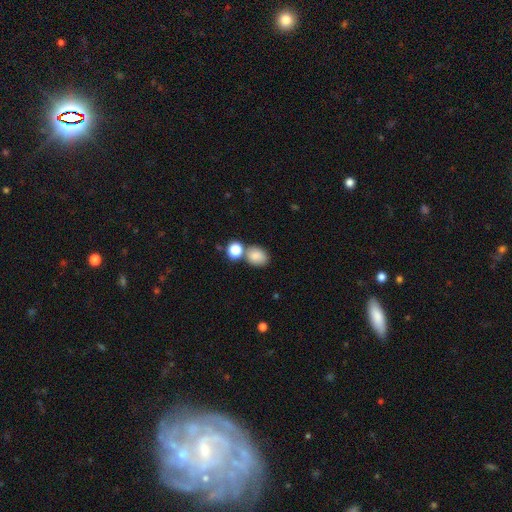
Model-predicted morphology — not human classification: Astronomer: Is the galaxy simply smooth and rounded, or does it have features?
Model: smooth — 83%.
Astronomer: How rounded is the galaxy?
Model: in between — 60% (runner-up: round, 39%).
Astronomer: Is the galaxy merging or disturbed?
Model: none — 55%.